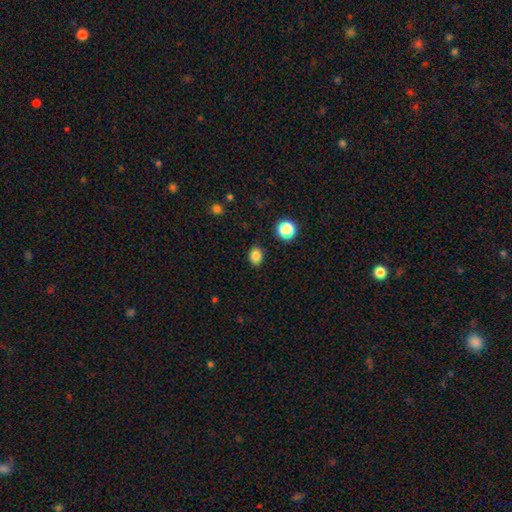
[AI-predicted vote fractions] Smooth or featured: smooth — 84% (star or artifact — 12%)
How rounded: in between — 54% (round — 45%)
Merging: none — 88% (minor disturbance — 8%)